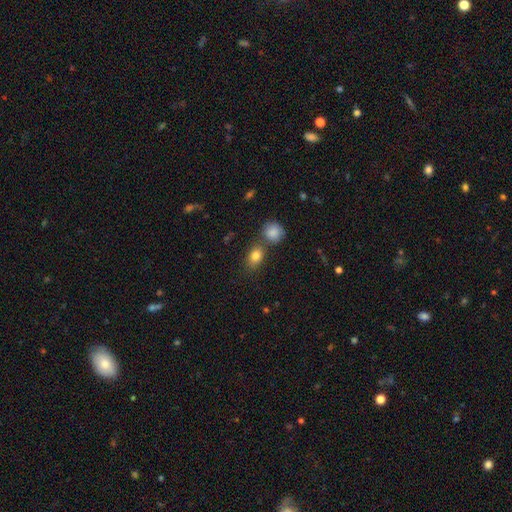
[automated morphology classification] A smooth galaxy with no disk features (82%) that is in between round and cigar-shaped (69%).

Vote fractions:
- Smooth or featured? smooth: 82% / star or artifact: 10% / featured or disk: 8%
- How rounded? in between: 69% / round: 29% / cigar-shaped: 2%
- Merging? none: 63% / merger: 22% / minor disturbance: 12% / major disturbance: 4%